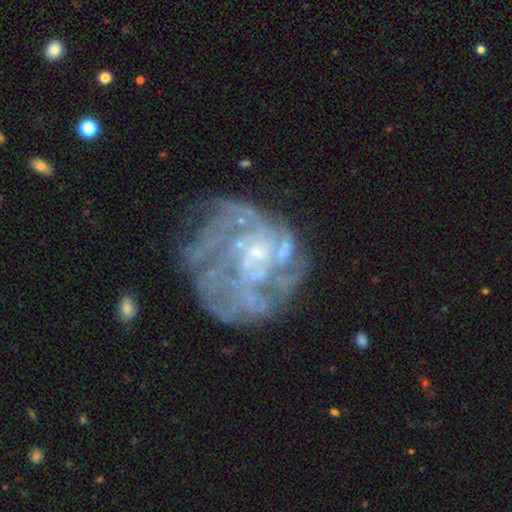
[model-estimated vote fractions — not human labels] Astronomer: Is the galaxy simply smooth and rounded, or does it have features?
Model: featured or disk — 81%.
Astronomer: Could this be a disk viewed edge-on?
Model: no — 98%.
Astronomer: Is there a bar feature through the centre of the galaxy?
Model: no — 71%.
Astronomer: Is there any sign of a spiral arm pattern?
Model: yes — 72%.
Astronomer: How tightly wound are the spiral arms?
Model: tight — 51% (runner-up: medium, 32%).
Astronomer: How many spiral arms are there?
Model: can't tell — 48%.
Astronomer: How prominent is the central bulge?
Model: small — 54%.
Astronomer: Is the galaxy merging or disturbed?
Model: none — 46% (runner-up: major disturbance, 28%).